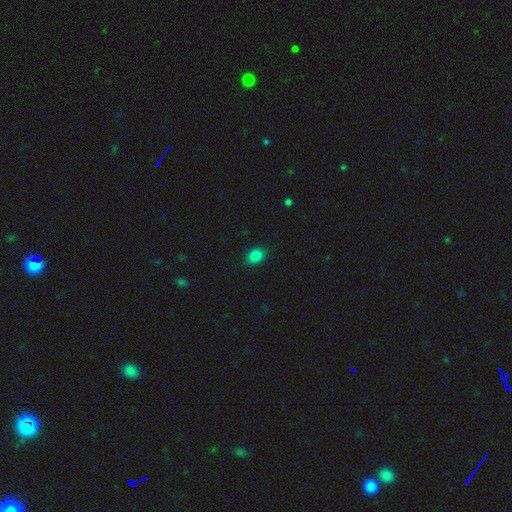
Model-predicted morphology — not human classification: Smooth or featured: smooth — 84% (star or artifact — 12%)
How rounded: in between — 52% (round — 47%)
Merging: none — 87% (minor disturbance — 10%)